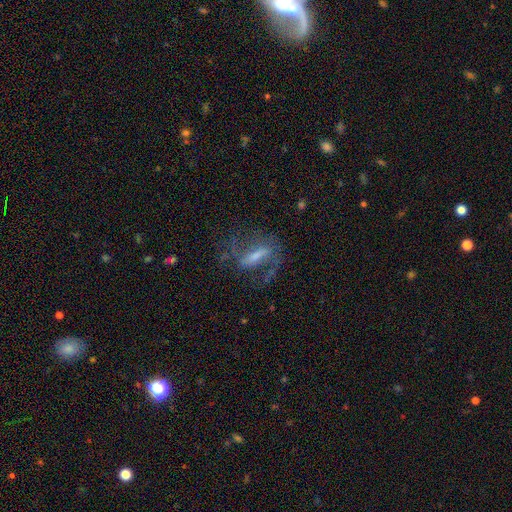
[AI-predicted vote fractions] A featured or disk galaxy (70%) with a strong bar (56%), spiral arms (83%) and a small central bulge (36%).

Vote fractions:
- Smooth or featured? featured or disk: 70% / smooth: 19% / star or artifact: 11%
- Edge-on disk? no: 86% / yes: 14%
- Bar? strong: 56% / weak: 31% / no: 13%
- Spiral arms? yes: 83% / no: 17%
- Bulge size? small: 36% / moderate: 31% / none: 20% / large: 10% / dominant: 2%
- Merging? none: 58% / major disturbance: 23% / minor disturbance: 17% / merger: 2%